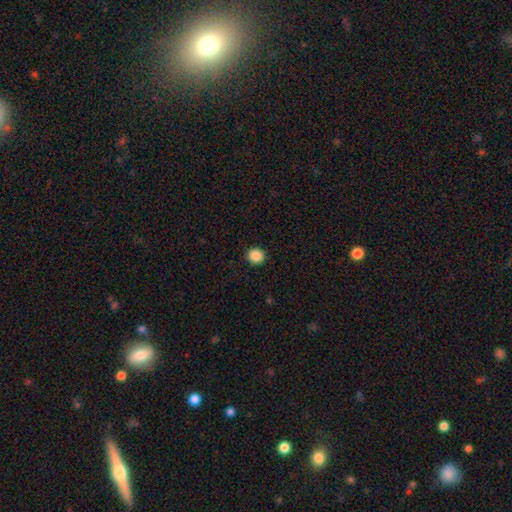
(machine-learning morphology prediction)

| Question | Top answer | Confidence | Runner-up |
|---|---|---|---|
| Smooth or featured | smooth | 88% | star or artifact (9%) |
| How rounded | round | 92% | in between (7%) |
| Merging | none | 93% | minor disturbance (4%) |